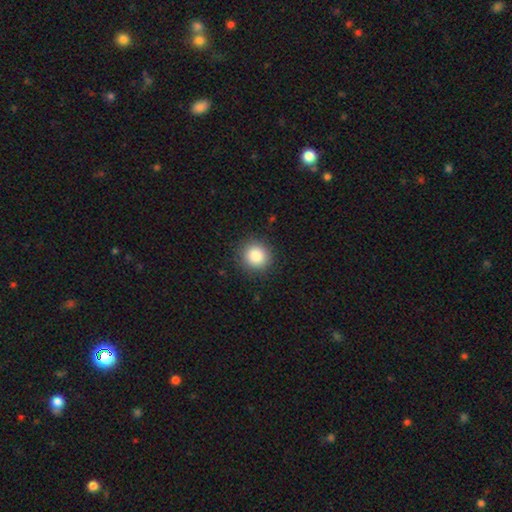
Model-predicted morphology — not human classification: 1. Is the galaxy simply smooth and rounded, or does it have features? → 86% smooth, 10% star or artifact, 5% featured or disk.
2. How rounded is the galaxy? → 92% round, 7% in between, 1% cigar-shaped.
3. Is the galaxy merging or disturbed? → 90% none, 7% minor disturbance, 2% major disturbance, 1% merger.